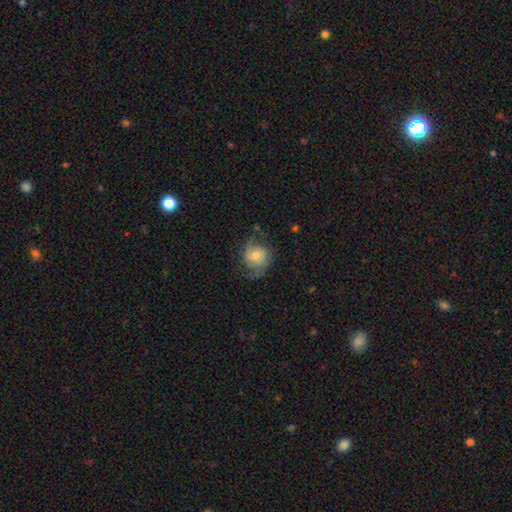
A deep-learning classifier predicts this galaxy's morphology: type=featured or disk (50%); merging=none (60%).